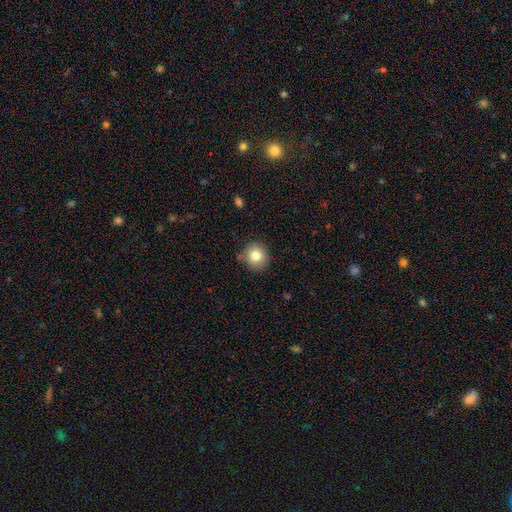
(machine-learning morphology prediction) smooth-or-featured: smooth: 81% | star or artifact: 10% | featured or disk: 9%
  how-rounded: round: 87% | in between: 12% | cigar-shaped: 1%
  merging: none: 85% | minor disturbance: 10% | major disturbance: 2% | merger: 2%